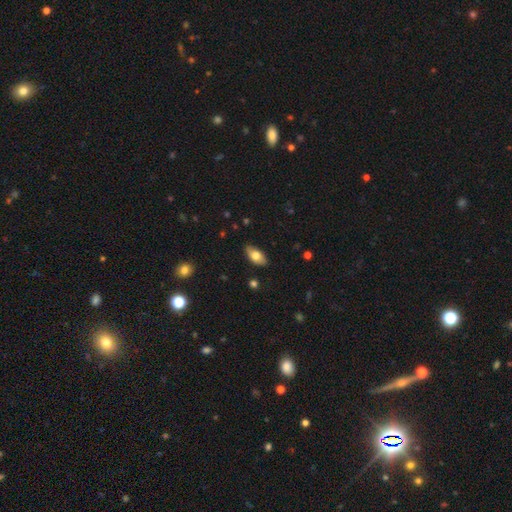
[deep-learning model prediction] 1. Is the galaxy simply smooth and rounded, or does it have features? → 72% smooth, 22% featured or disk, 7% star or artifact.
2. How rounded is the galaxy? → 89% in between, 7% cigar-shaped, 4% round.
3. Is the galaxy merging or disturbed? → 85% none, 12% minor disturbance, 2% major disturbance, 1% merger.